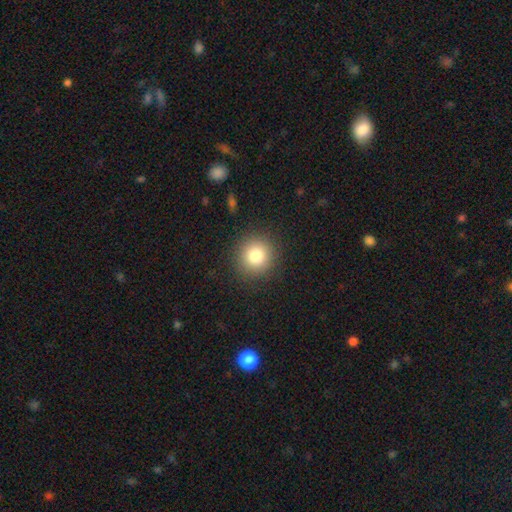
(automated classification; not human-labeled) The model was most divided on "smooth or featured": smooth: 81%, star or artifact: 11%, featured or disk: 8%. More confident: how rounded — round (92%); merging — none (90%).